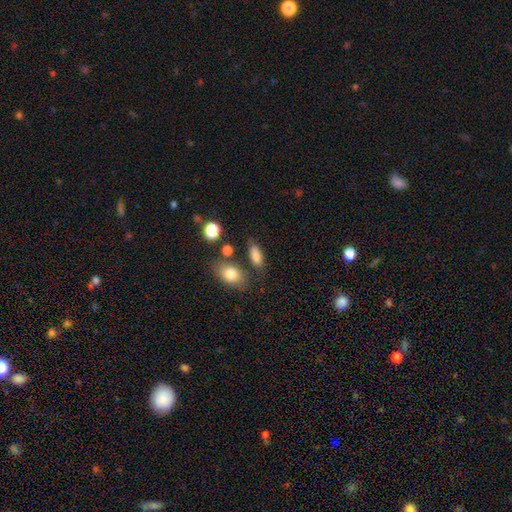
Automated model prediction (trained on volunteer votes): Smooth or featured?
  - smooth: 83% *
  - star or artifact: 9%
  - featured or disk: 8%
How rounded?
  - in between: 79% *
  - cigar-shaped: 13%
  - round: 8%
Merging?
  - none: 70% *
  - minor disturbance: 16%
  - merger: 8%
  - major disturbance: 6%